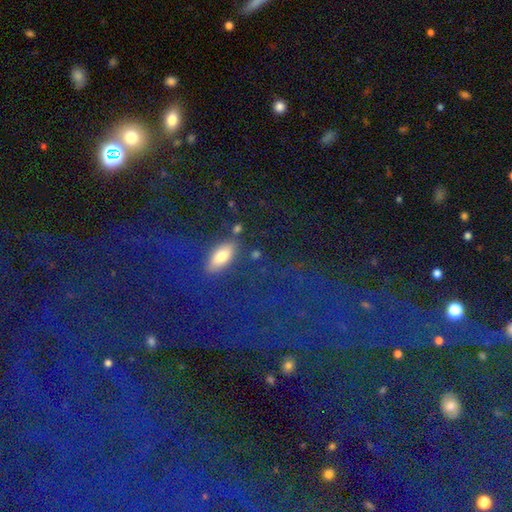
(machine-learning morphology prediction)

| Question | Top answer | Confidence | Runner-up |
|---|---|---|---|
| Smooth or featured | smooth | 64% | featured or disk (19%) |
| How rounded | in between | 75% | cigar-shaped (17%) |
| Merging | none | 80% | minor disturbance (11%) |